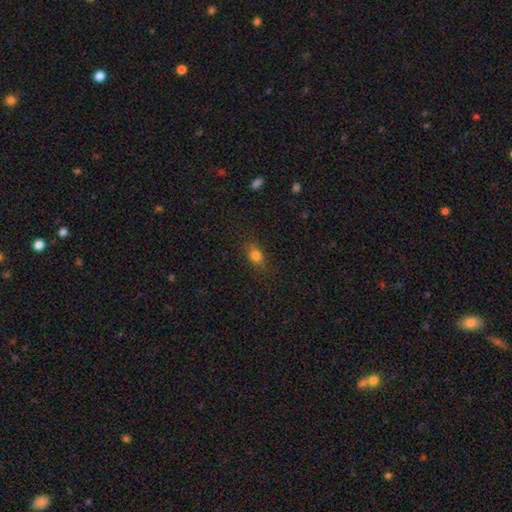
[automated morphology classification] Smooth or featured? Predicted: smooth (p=0.80). How rounded? Predicted: in between (p=0.70). Merging? Predicted: none (p=0.82).